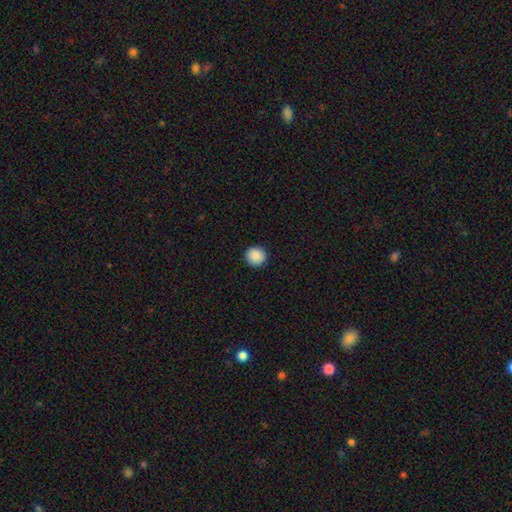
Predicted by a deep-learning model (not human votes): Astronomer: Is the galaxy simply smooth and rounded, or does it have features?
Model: smooth — 90%.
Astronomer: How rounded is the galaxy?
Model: round — 94%.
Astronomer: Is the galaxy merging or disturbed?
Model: none — 92%.